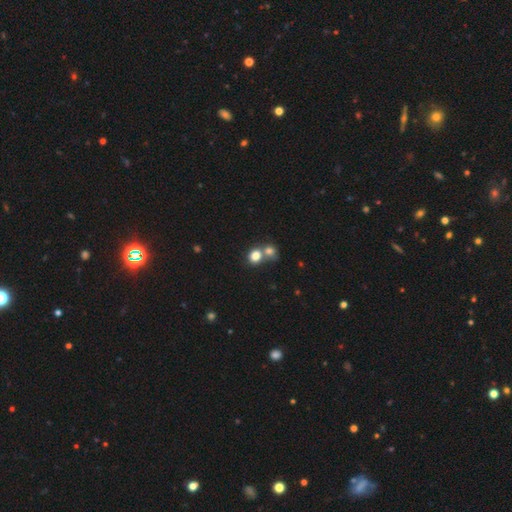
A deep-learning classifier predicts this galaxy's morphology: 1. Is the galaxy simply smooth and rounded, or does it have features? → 79% smooth, 12% star or artifact, 9% featured or disk.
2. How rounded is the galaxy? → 73% round, 26% in between, 1% cigar-shaped.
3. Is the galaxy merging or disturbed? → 49% merger, 40% none, 7% minor disturbance, 3% major disturbance.